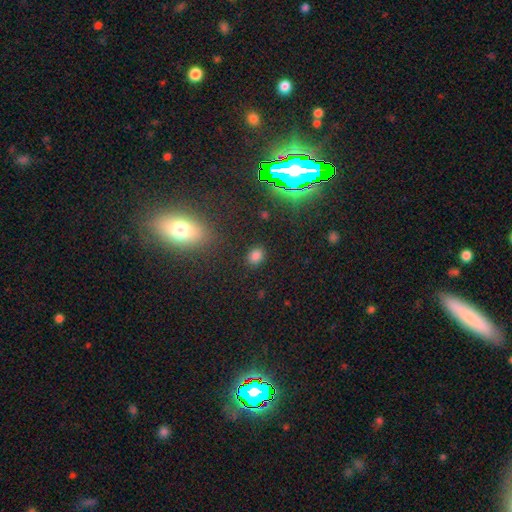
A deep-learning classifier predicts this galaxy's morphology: smooth 77%, star or artifact 18%, featured or disk 5%. Down the decision tree: how rounded — in between (56%); merging — none (86%).